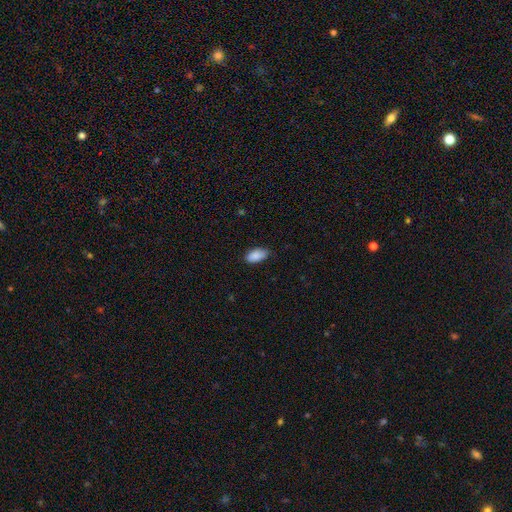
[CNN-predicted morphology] smooth-or-featured: smooth: 89% | star or artifact: 7% | featured or disk: 4%
  how-rounded: in between: 94% | cigar-shaped: 4% | round: 3%
  merging: none: 79% | minor disturbance: 18% | major disturbance: 3% | merger: 1%